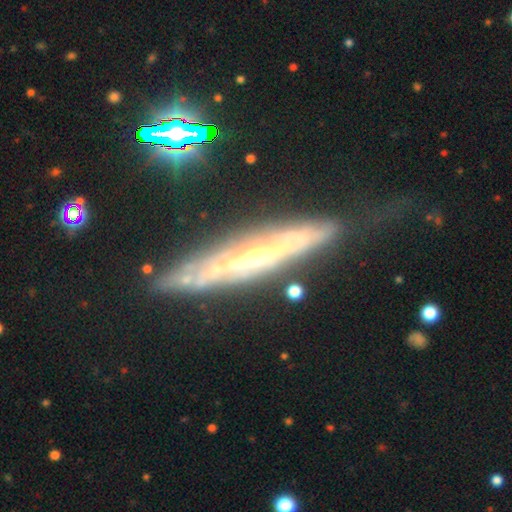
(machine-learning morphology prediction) A featured or disk galaxy (80%) viewed edge-on (79%) with a rounded central bulge (48%). Merging: none (65%).